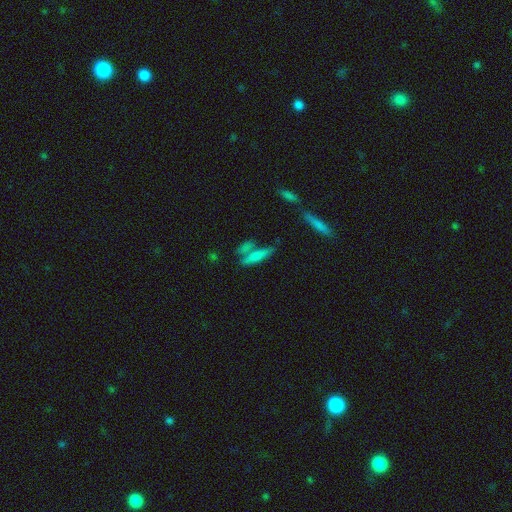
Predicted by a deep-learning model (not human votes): Q: Smooth or featured?
A: smooth (59%); runner-up: featured or disk (29%)
Q: How rounded?
A: cigar-shaped (70%); runner-up: in between (26%)
Q: Merging?
A: none (49%); runner-up: merger (30%)